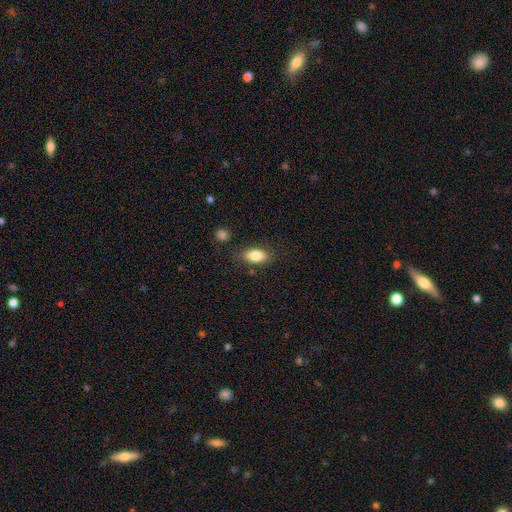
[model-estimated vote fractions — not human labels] smooth 82%, featured or disk 11%, star or artifact 7%. Down the decision tree: how rounded — in between (89%); merging — none (81%).